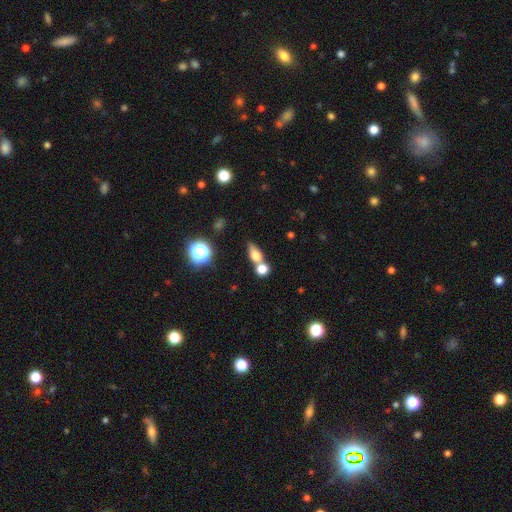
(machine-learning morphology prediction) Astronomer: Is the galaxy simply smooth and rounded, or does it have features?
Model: smooth — 70%.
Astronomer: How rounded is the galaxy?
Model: in between — 56%.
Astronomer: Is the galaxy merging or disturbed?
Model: none — 46% (runner-up: merger, 38%).